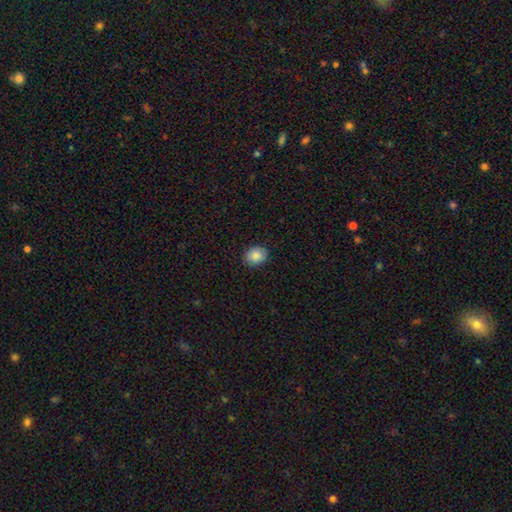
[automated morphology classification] A smooth galaxy with no disk features (87%) that is round (53%).

Vote fractions:
- Smooth or featured? smooth: 87% / star or artifact: 8% / featured or disk: 5%
- How rounded? round: 53% / in between: 46% / cigar-shaped: 1%
- Merging? none: 89% / minor disturbance: 8% / major disturbance: 2% / merger: 1%